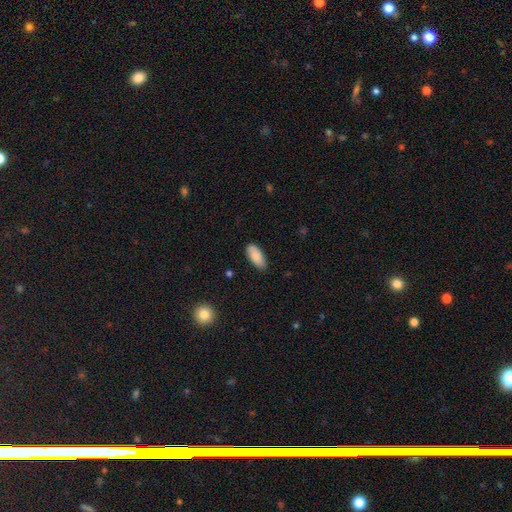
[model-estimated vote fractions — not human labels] Morphology: type=smooth (88%); roundness=in between (87%); merging=none (82%).